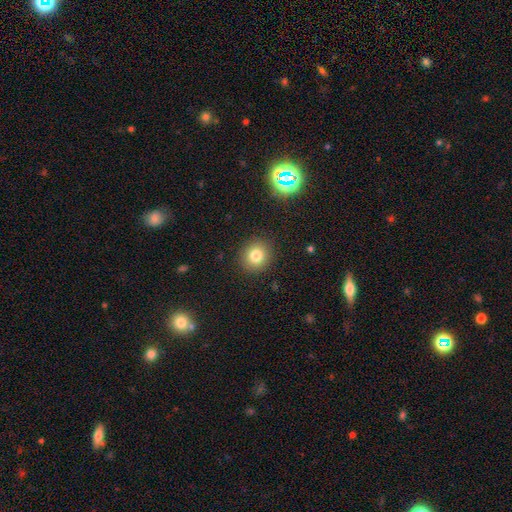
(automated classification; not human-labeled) Smooth or featured?
  - smooth: 79% *
  - star or artifact: 13%
  - featured or disk: 8%
How rounded?
  - round: 87% *
  - in between: 12%
  - cigar-shaped: 1%
Merging?
  - none: 89% *
  - minor disturbance: 7%
  - major disturbance: 3%
  - merger: 1%